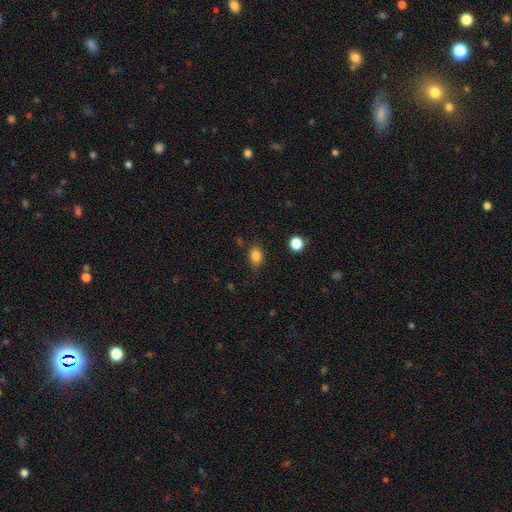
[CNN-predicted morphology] A smooth galaxy with no disk features (84%) that is in between round and cigar-shaped (66%).

Vote fractions:
- Smooth or featured? smooth: 84% / star or artifact: 11% / featured or disk: 5%
- How rounded? in between: 66% / round: 32% / cigar-shaped: 1%
- Merging? none: 79% / minor disturbance: 15% / major disturbance: 4% / merger: 2%